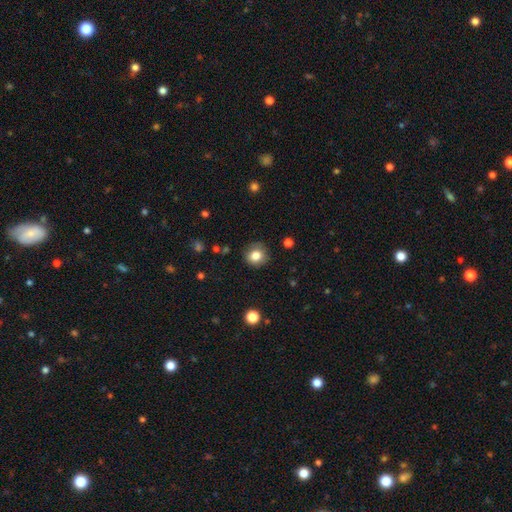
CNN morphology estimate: type=smooth (81%); roundness=round (88%); merging=none (84%).